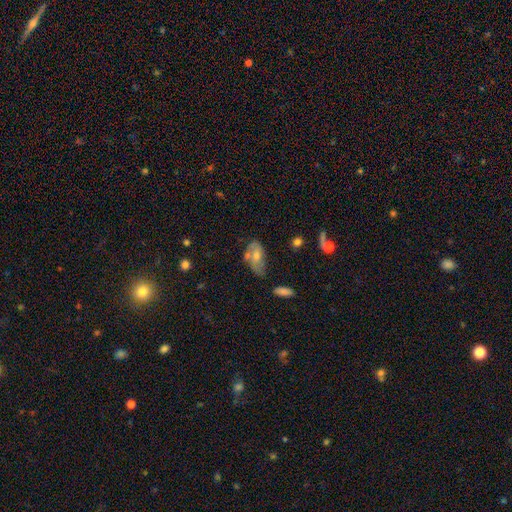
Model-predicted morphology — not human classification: smooth 55%, featured or disk 37%, star or artifact 8%. Down the decision tree: how rounded — in between (90%); merging — none (37%).